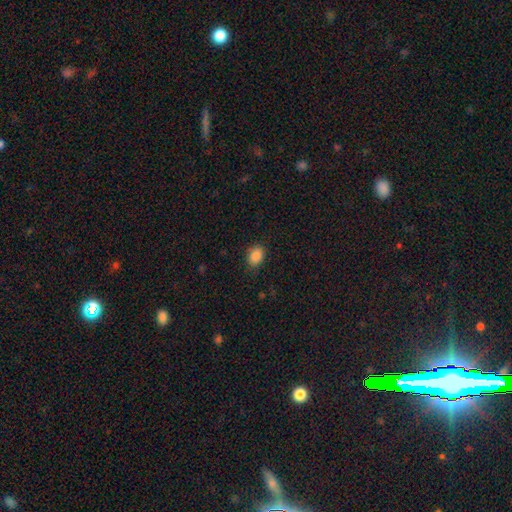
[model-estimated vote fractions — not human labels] Overall: smooth (88%). How rounded: in between (76%). Merging: none (84%).